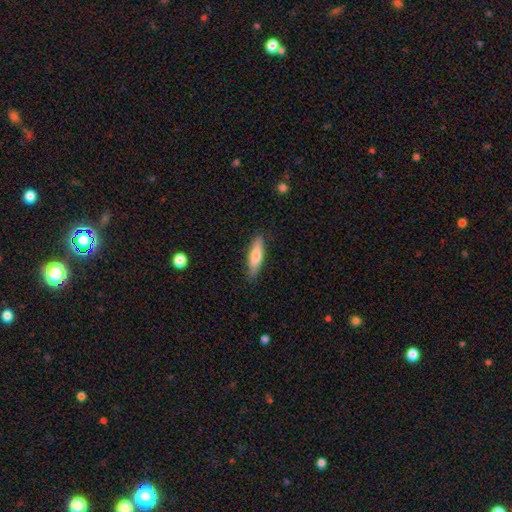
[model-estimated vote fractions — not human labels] Overall: smooth (72%). How rounded: cigar-shaped (70%). Merging: none (85%).